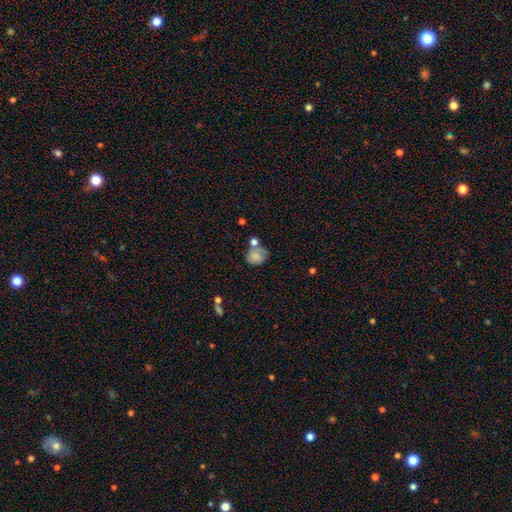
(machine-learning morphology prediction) Smooth or featured? smooth (70%)
How rounded? round (66%)
Merging? none (40%)